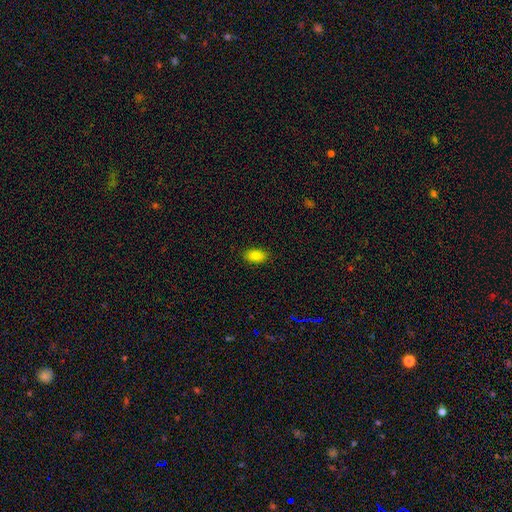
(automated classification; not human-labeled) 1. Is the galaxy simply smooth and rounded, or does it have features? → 84% smooth, 10% star or artifact, 7% featured or disk.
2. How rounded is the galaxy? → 91% in between, 7% round, 2% cigar-shaped.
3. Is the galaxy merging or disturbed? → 88% none, 9% minor disturbance, 2% major disturbance, 1% merger.